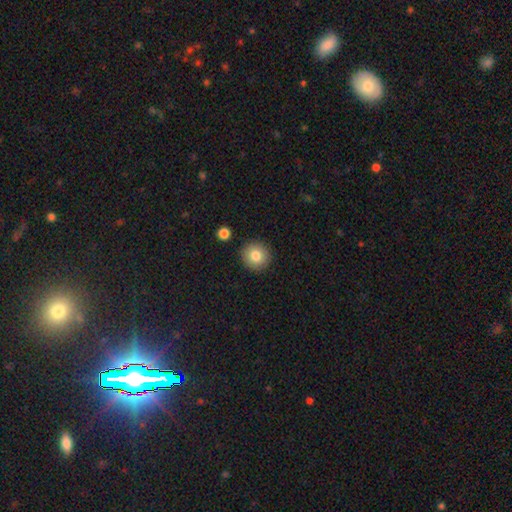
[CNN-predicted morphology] A smooth galaxy with no disk features (81%) that is round (93%). Merging: none (90%).